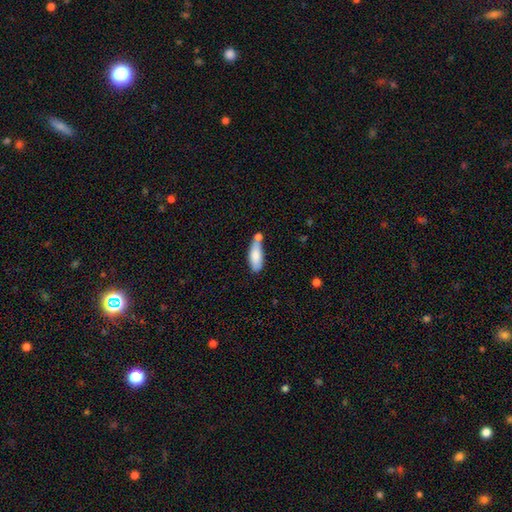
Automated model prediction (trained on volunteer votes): smooth 81%, featured or disk 12%, star or artifact 6%. Down the decision tree: how rounded — in between (68%); merging — none (44%).